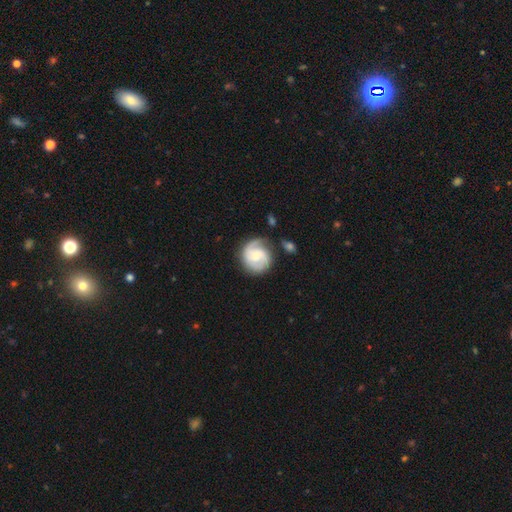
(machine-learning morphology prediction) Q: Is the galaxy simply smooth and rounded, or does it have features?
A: featured or disk — 74%.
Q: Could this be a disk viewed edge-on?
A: no — 98%.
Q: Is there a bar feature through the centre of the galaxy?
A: no — 59%.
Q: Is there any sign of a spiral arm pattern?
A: yes — 94%.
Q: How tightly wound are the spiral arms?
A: tight — 48%.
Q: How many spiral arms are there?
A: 2 — 65%.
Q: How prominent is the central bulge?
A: small — 54%.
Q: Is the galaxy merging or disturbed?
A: none — 66%.